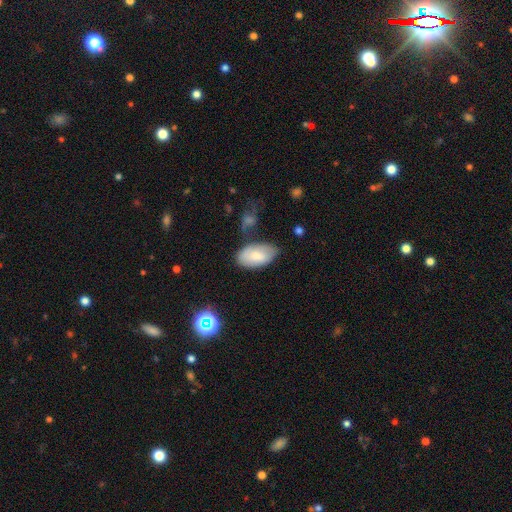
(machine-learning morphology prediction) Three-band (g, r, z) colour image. It shows a smooth galaxy with no disk features (75%) that is in between round and cigar-shaped (95%). Merging: none (62%).